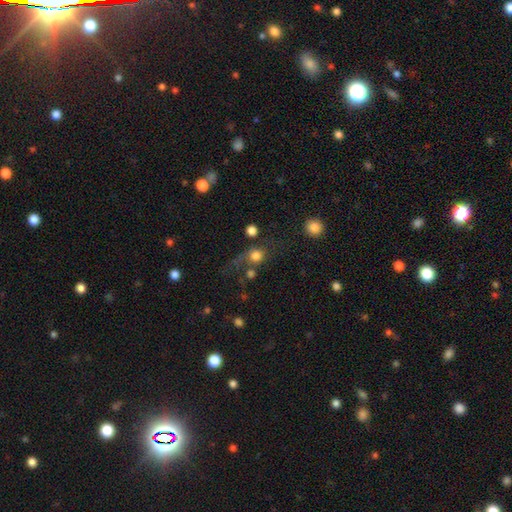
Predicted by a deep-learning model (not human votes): smooth-or-featured: smooth: 75% | star or artifact: 13% | featured or disk: 12%
  how-rounded: round: 85% | in between: 14% | cigar-shaped: 1%
  merging: none: 46% | major disturbance: 22% | merger: 17% | minor disturbance: 15%